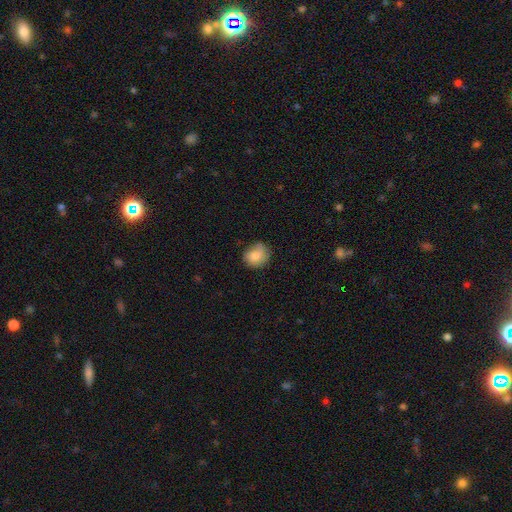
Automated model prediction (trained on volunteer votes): Smooth or featured: smooth — 77% (featured or disk — 15%)
How rounded: round — 69% (in between — 30%)
Merging: none — 59% (minor disturbance — 30%)